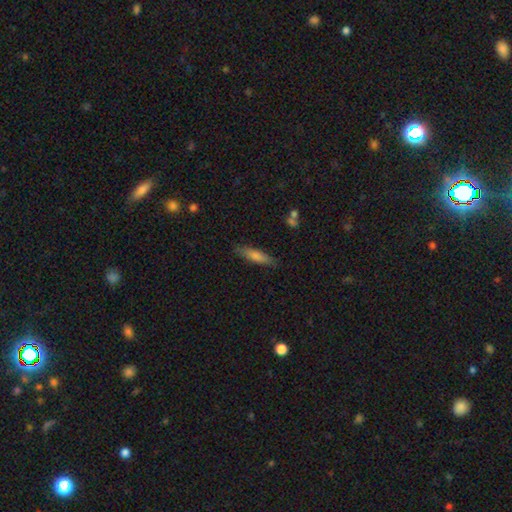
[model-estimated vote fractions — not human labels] smooth-or-featured: smooth: 69% | featured or disk: 24% | star or artifact: 7%
  how-rounded: cigar-shaped: 75% | in between: 23% | round: 2%
  merging: none: 85% | minor disturbance: 11% | major disturbance: 2% | merger: 2%